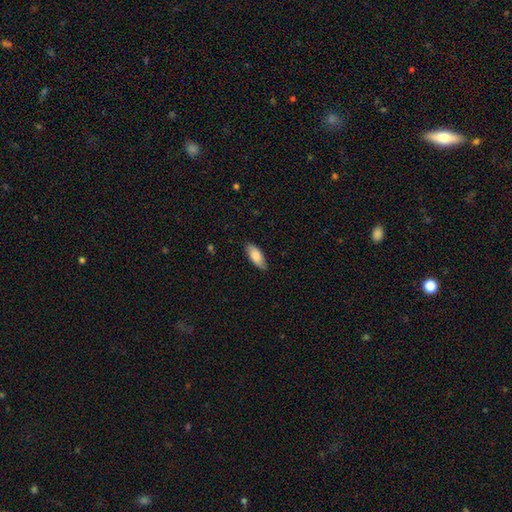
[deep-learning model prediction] A smooth galaxy with no disk features (82%) that is in between round and cigar-shaped (81%). Merging: none (83%).